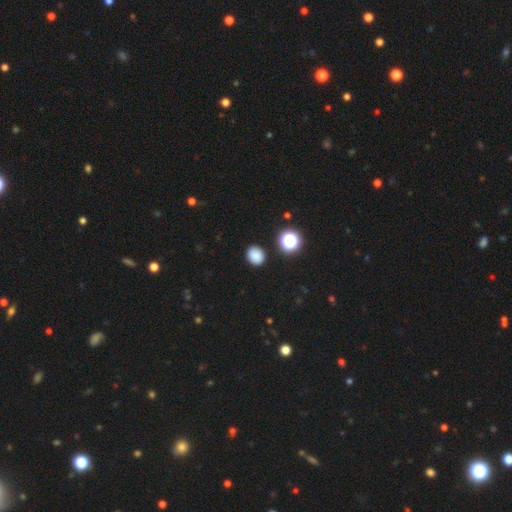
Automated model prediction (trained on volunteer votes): smooth-or-featured: smooth: 83% | star or artifact: 13% | featured or disk: 4%
  how-rounded: round: 68% | in between: 31% | cigar-shaped: 1%
  merging: none: 89% | minor disturbance: 7% | major disturbance: 2% | merger: 2%